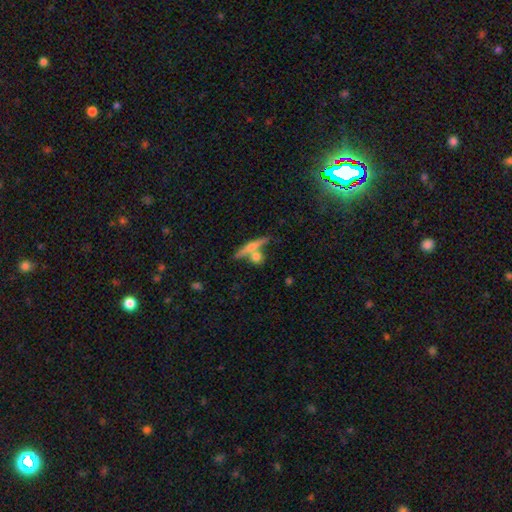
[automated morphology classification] Smooth or featured: smooth — 58% (featured or disk — 34%)
How rounded: cigar-shaped — 50% (round — 31%)
Merging: none — 58% (merger — 28%)